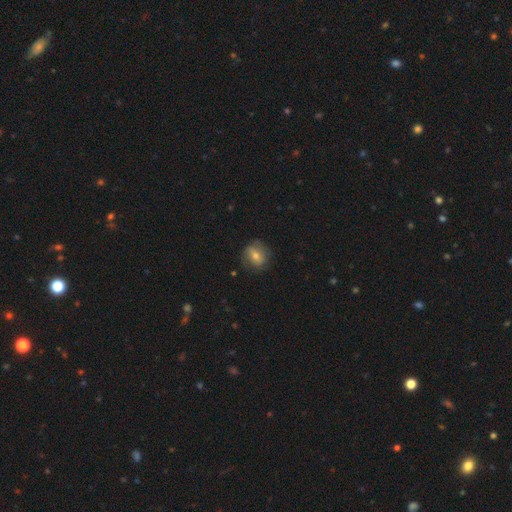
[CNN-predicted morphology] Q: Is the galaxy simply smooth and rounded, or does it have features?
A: smooth — 54%.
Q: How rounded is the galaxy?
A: round — 71%.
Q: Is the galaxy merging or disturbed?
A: none — 75%.